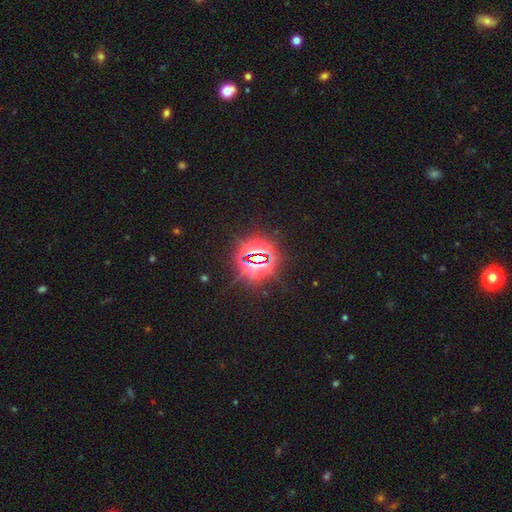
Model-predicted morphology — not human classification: A star or artifact, not a galaxy (82%).